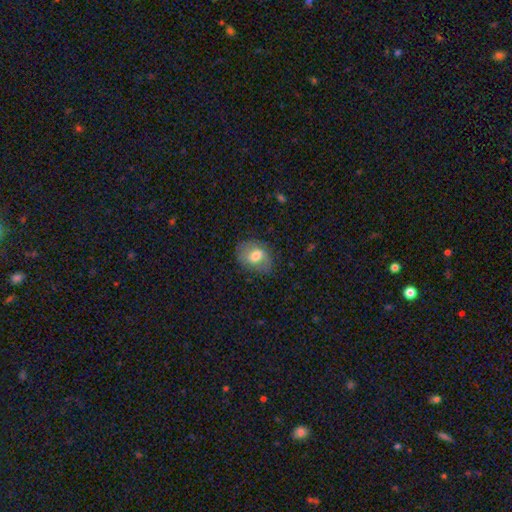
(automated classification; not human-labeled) This is likely a smooth galaxy (67%). How rounded: likely in between (64%). Merging: likely none (71%).